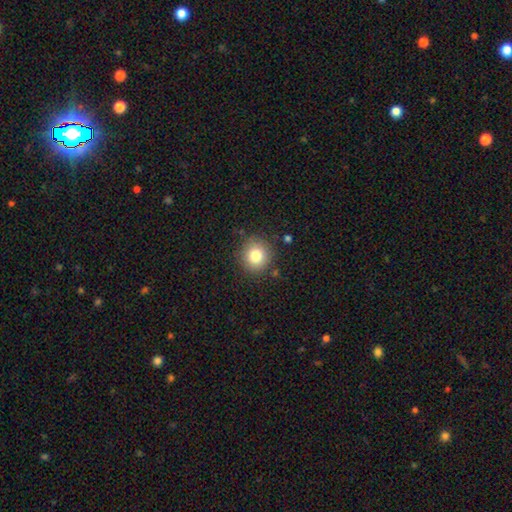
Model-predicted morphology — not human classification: type=smooth (80%); roundness=round (90%); merging=none (86%).